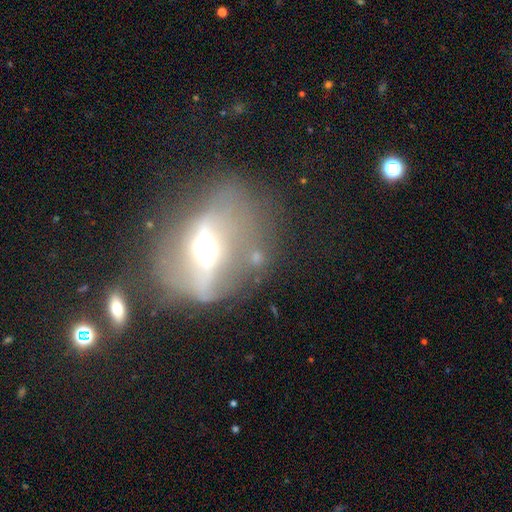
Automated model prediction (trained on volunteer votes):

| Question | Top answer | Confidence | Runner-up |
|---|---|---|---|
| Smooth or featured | featured or disk | 59% | smooth (25%) |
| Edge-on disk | no | 68% | yes (32%) |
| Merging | none | 51% | major disturbance (20%) |